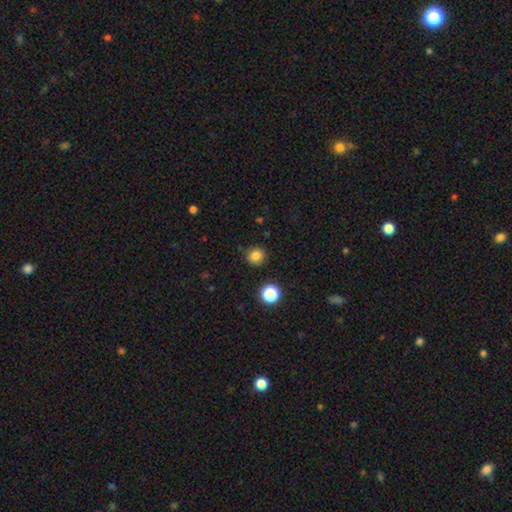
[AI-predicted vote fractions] smooth-or-featured: smooth: 82% | star or artifact: 13% | featured or disk: 5%
  how-rounded: round: 90% | in between: 9% | cigar-shaped: 1%
  merging: none: 88% | minor disturbance: 7% | major disturbance: 2% | merger: 2%